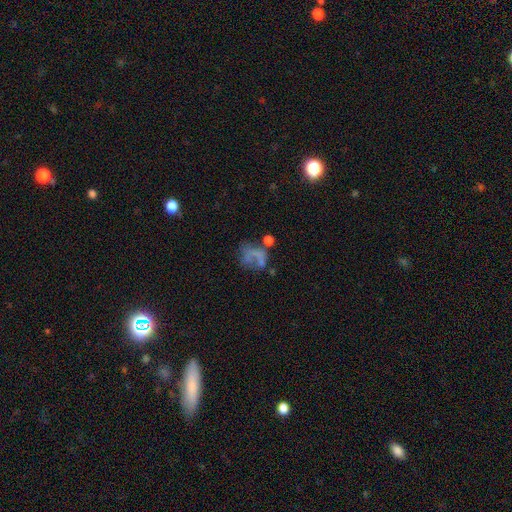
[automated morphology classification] Smooth or featured? smooth (41%)
Merging? major disturbance (39%)